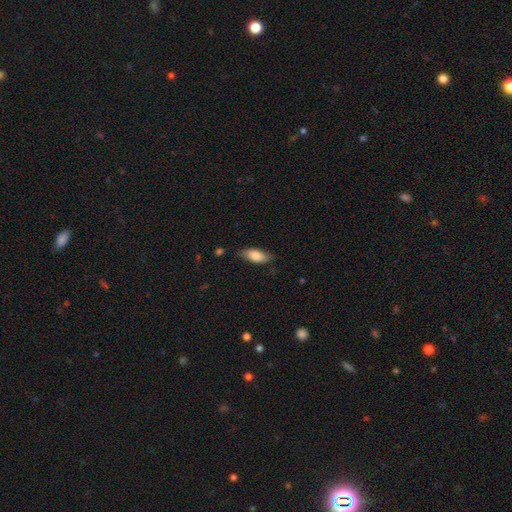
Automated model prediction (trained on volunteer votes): Q: Smooth or featured?
A: smooth (79%); runner-up: featured or disk (15%)
Q: How rounded?
A: in between (81%); runner-up: cigar-shaped (16%)
Q: Merging?
A: none (75%); runner-up: minor disturbance (20%)